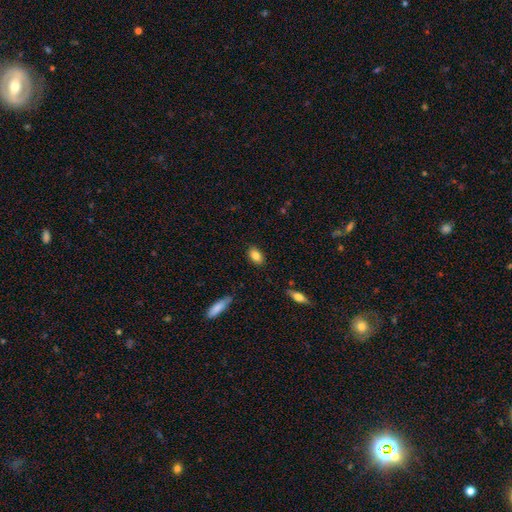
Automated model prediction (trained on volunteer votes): smooth-or-featured: smooth: 84% | featured or disk: 8% | star or artifact: 8%
  how-rounded: in between: 88% | round: 9% | cigar-shaped: 4%
  merging: none: 86% | minor disturbance: 10% | major disturbance: 2% | merger: 1%